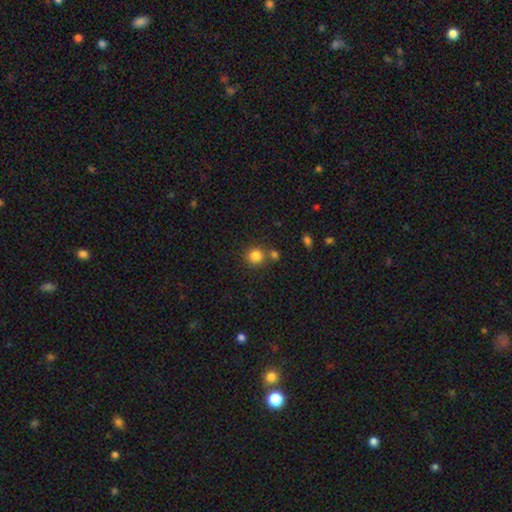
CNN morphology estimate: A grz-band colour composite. It shows a smooth galaxy with no disk features (83%) that is round (89%). Merging: none (69%).